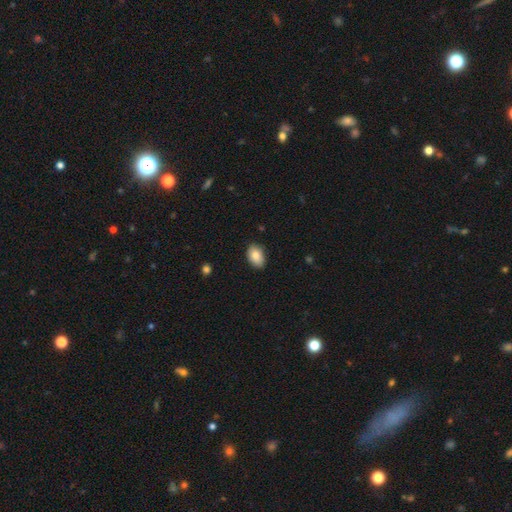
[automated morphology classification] A smooth galaxy with no disk features (85%) that is in between round and cigar-shaped (87%).

Vote fractions:
- Smooth or featured? smooth: 85% / featured or disk: 8% / star or artifact: 7%
- How rounded? in between: 87% / round: 12% / cigar-shaped: 1%
- Merging? none: 84% / minor disturbance: 13% / major disturbance: 2% / merger: 1%